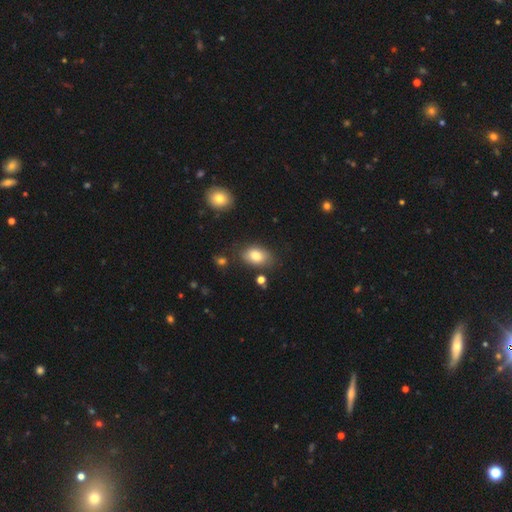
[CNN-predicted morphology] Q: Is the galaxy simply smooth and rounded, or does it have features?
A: smooth — 82%.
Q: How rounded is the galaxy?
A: in between — 86%.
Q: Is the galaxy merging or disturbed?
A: none — 76%.